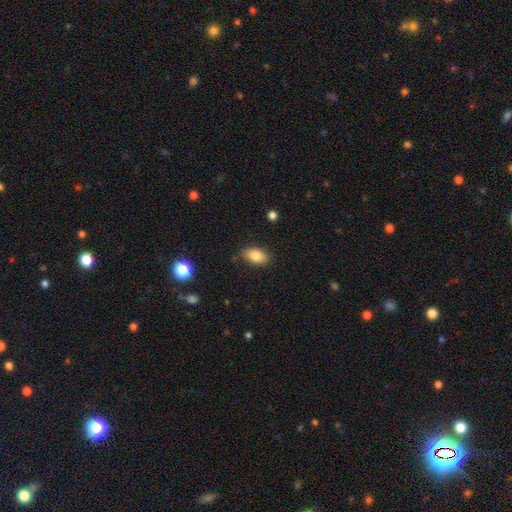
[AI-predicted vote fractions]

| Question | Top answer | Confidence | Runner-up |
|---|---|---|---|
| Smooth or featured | smooth | 83% | featured or disk (9%) |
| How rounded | in between | 90% | round (8%) |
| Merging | none | 84% | minor disturbance (12%) |